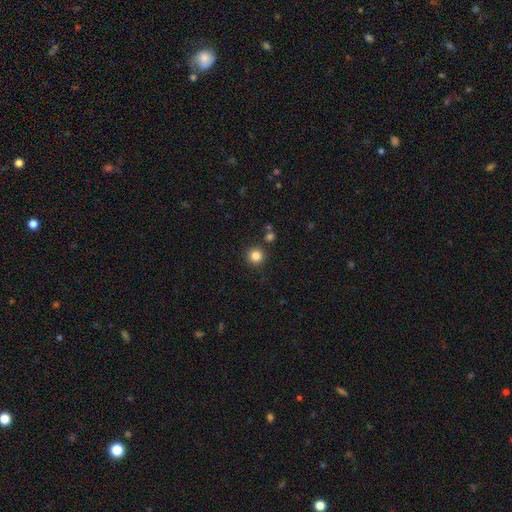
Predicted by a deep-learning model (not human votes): Smooth or featured?
  - smooth: 83% *
  - star or artifact: 12%
  - featured or disk: 5%
How rounded?
  - round: 95% *
  - in between: 4%
  - cigar-shaped: 1%
Merging?
  - none: 88% *
  - minor disturbance: 6%
  - merger: 4%
  - major disturbance: 2%